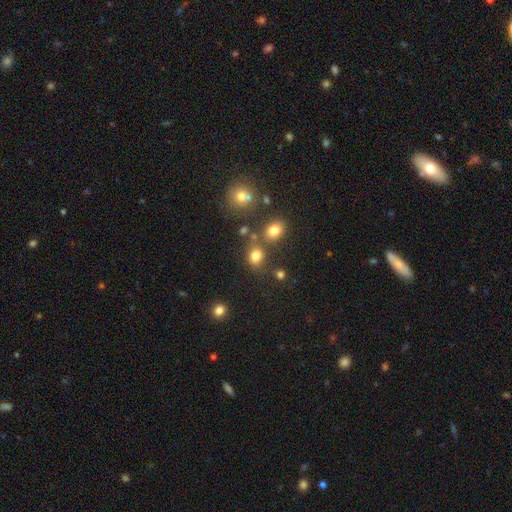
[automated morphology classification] Smooth or featured? smooth (77%)
How rounded? round (63%)
Merging? none (65%)